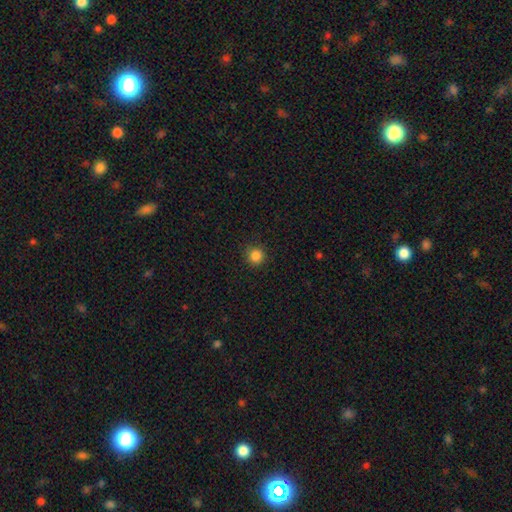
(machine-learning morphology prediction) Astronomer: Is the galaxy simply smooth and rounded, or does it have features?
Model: smooth — 84%.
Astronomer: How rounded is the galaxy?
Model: round — 94%.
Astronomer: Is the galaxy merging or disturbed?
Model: none — 90%.